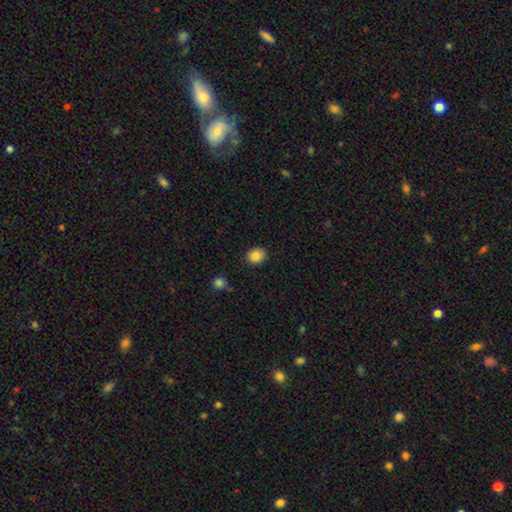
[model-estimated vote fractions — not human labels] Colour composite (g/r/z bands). It shows a smooth galaxy with no disk features (86%) that is round (71%). Merging: none (88%).